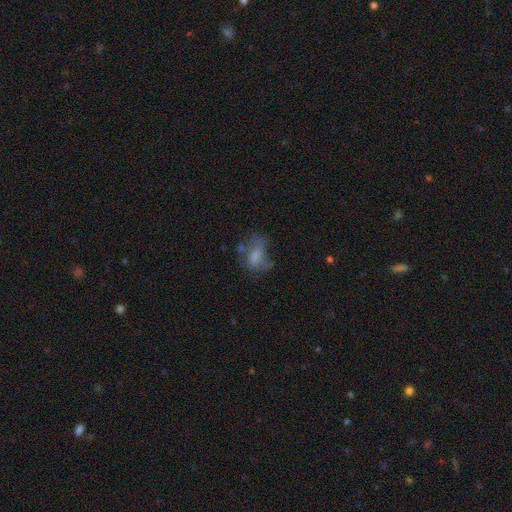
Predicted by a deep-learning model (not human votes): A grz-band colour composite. It shows a smooth galaxy with no disk features (58%) that is in between round and cigar-shaped (81%). Merging: none (34%).